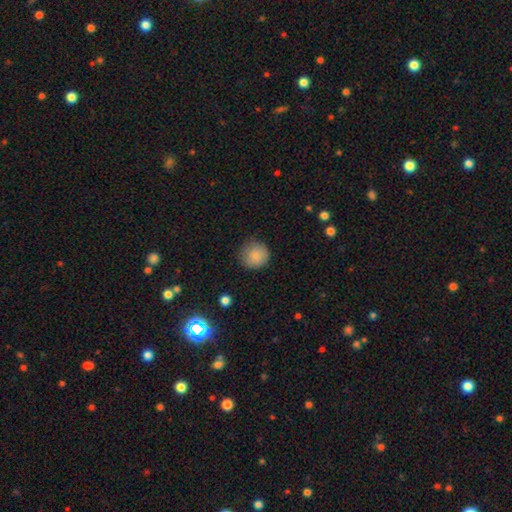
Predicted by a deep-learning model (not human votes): The model was most divided on "merging": none: 81%, minor disturbance: 14%, major disturbance: 3%, merger: 1%. More confident: how rounded — round (93%); smooth or featured — smooth (85%).